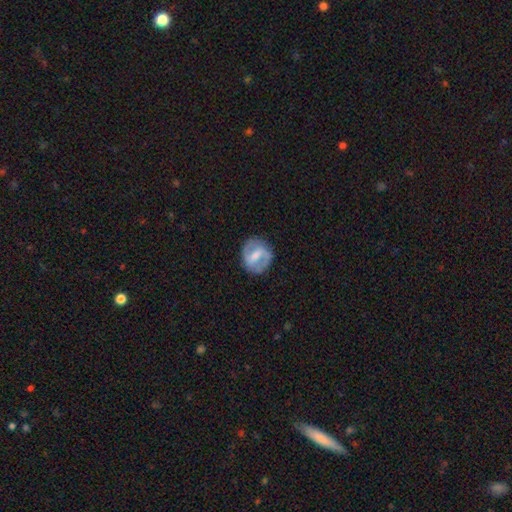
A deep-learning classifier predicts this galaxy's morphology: The model was most divided on "bar": strong: 47%, weak: 42%, no: 12%. Remaining: edge-on disk — no (97%); spiral arm count — 2 (85%); merging — none (81%); spiral arms — yes (79%); smooth or featured — featured or disk (70%); spiral winding — medium (45%); bulge size — moderate (44%).